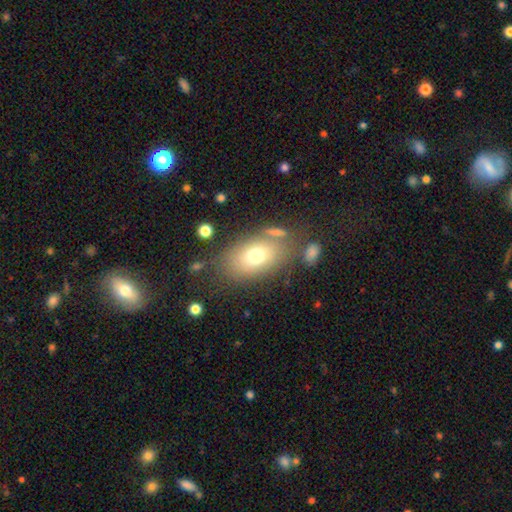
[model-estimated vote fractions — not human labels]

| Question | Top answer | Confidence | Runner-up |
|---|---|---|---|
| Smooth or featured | smooth | 71% | featured or disk (18%) |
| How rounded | in between | 84% | round (14%) |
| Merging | none | 67% | minor disturbance (15%) |